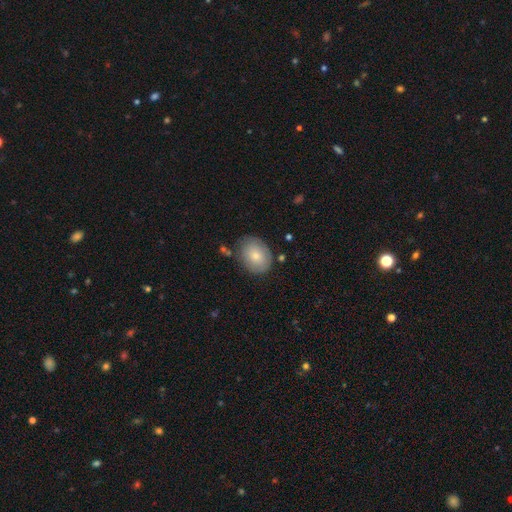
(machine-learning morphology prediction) Q: Smooth or featured?
A: smooth (74%); runner-up: featured or disk (19%)
Q: How rounded?
A: in between (61%); runner-up: round (38%)
Q: Merging?
A: none (73%); runner-up: minor disturbance (19%)